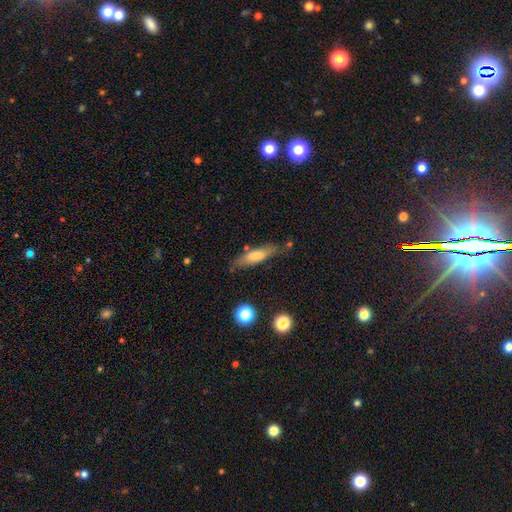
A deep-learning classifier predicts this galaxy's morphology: A smooth galaxy with no disk features (67%) that is cigar-shaped (63%).

Vote fractions:
- Smooth or featured? smooth: 67% / featured or disk: 26% / star or artifact: 7%
- How rounded? cigar-shaped: 63% / in between: 34% / round: 2%
- Merging? none: 71% / minor disturbance: 19% / major disturbance: 5% / merger: 5%